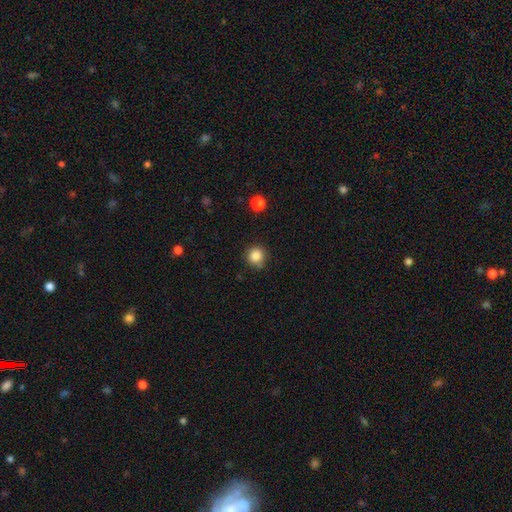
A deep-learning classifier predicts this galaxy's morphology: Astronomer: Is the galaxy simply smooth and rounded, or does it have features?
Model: smooth — 85%.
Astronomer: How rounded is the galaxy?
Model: round — 92%.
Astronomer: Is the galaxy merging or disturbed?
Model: none — 77%.